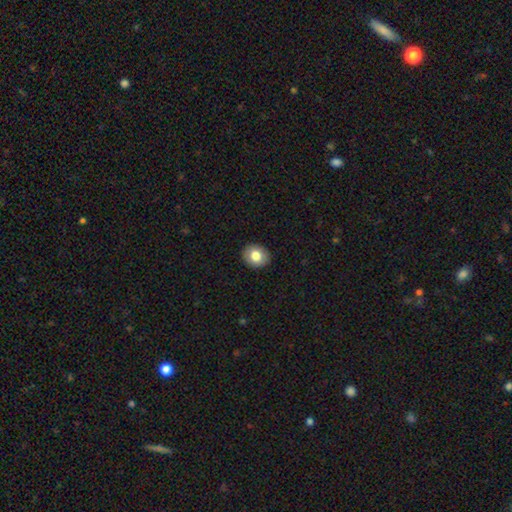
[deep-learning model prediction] Smooth or featured: smooth — 81% (featured or disk — 11%)
How rounded: round — 66% (in between — 34%)
Merging: none — 91% (minor disturbance — 7%)